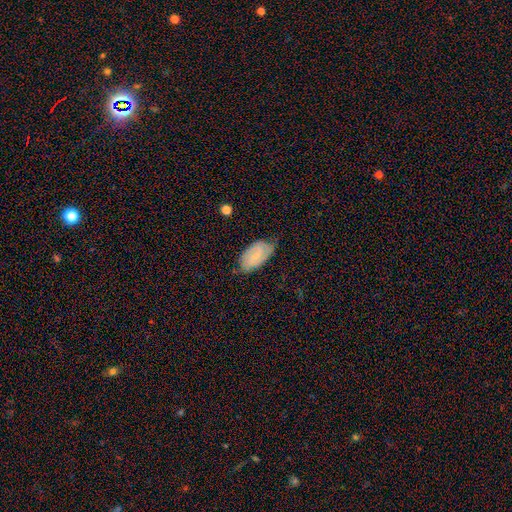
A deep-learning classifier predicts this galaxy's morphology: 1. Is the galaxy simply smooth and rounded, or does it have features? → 58% featured or disk, 34% smooth, 8% star or artifact.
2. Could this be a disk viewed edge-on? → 95% no, 5% yes.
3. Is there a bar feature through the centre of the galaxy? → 46% no, 45% weak, 9% strong.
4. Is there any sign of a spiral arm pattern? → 87% yes, 13% no.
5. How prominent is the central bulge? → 67% small, 18% moderate, 12% none, 1% large, 1% dominant.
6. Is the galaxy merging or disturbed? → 69% none, 25% minor disturbance, 5% major disturbance, 1% merger.